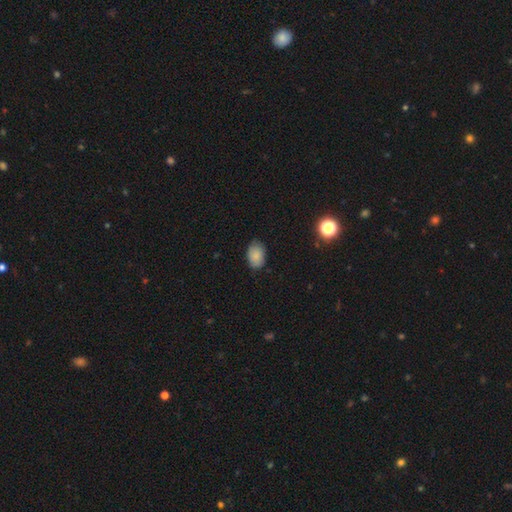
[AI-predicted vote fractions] Smooth or featured? Predicted: smooth (p=0.85). How rounded? Predicted: in between (p=0.86). Merging? Predicted: none (p=0.79).